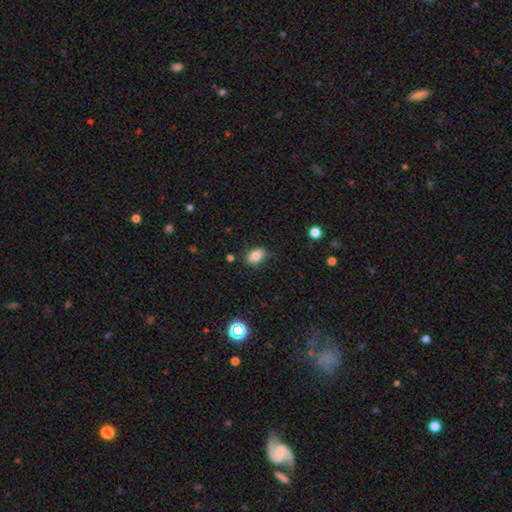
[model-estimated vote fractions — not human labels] A smooth galaxy with no disk features (81%) that is in between round and cigar-shaped (85%). Merging: none (80%).